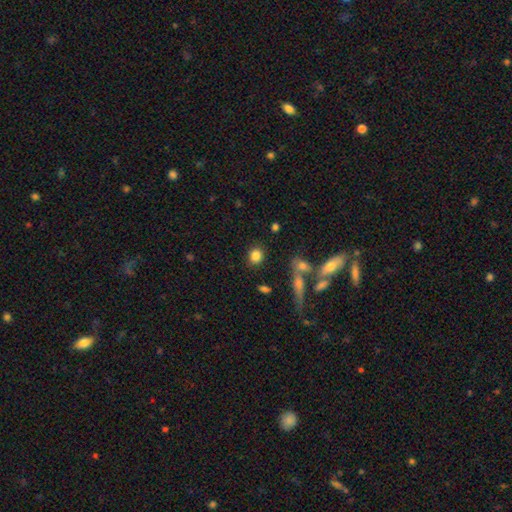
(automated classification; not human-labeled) Smooth or featured?
  - smooth: 83% *
  - star or artifact: 10%
  - featured or disk: 7%
How rounded?
  - round: 73% *
  - in between: 26%
  - cigar-shaped: 2%
Merging?
  - none: 83% *
  - minor disturbance: 8%
  - merger: 5%
  - major disturbance: 3%